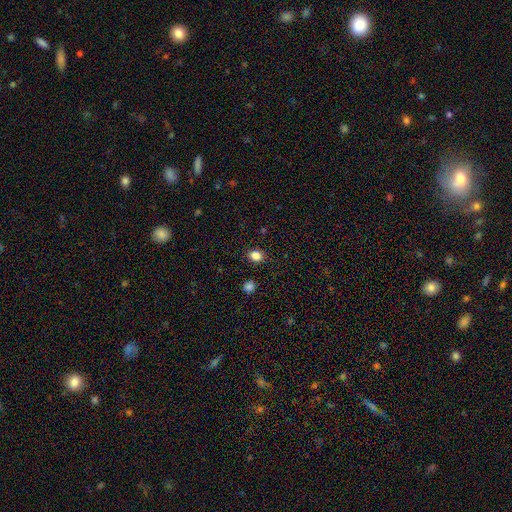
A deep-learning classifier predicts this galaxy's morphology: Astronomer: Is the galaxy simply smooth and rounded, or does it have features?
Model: smooth — 84%.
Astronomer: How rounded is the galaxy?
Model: round — 56% (runner-up: in between, 43%).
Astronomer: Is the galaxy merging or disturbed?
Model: none — 88%.